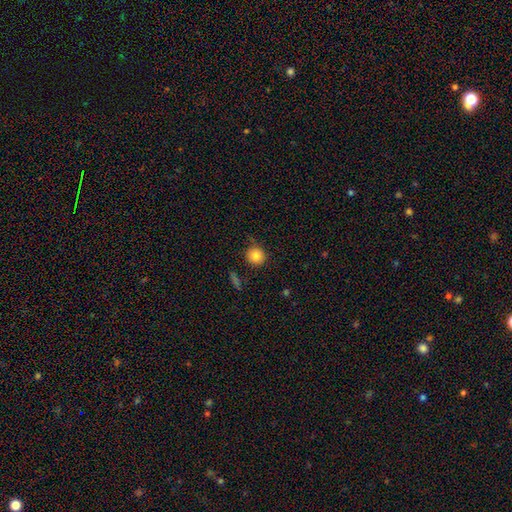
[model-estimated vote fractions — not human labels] Smooth or featured?
  - smooth: 83% *
  - star or artifact: 10%
  - featured or disk: 6%
How rounded?
  - round: 92% *
  - in between: 7%
  - cigar-shaped: 1%
Merging?
  - none: 80% *
  - minor disturbance: 14%
  - major disturbance: 3%
  - merger: 3%